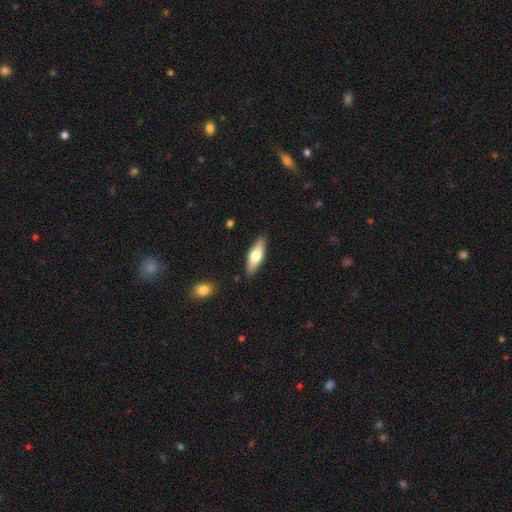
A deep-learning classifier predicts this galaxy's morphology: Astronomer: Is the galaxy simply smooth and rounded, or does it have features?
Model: smooth — 60%.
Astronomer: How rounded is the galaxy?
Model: in between — 55% (runner-up: cigar-shaped, 43%).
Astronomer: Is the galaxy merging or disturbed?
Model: none — 87%.